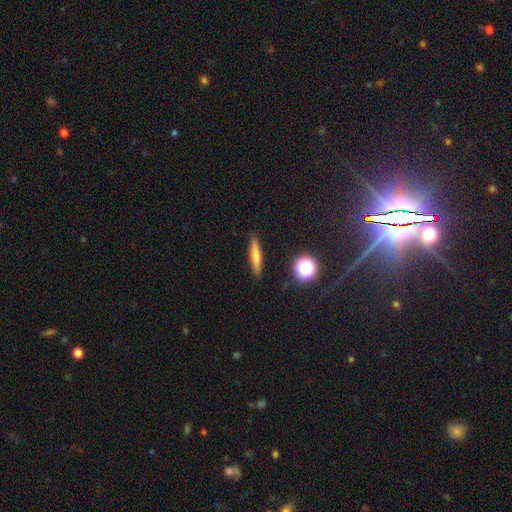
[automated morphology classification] A smooth galaxy with no disk features (66%) that is cigar-shaped (85%).

Vote fractions:
- Smooth or featured? smooth: 66% / featured or disk: 25% / star or artifact: 10%
- How rounded? cigar-shaped: 85% / in between: 11% / round: 4%
- Merging? none: 89% / minor disturbance: 8% / major disturbance: 2% / merger: 1%